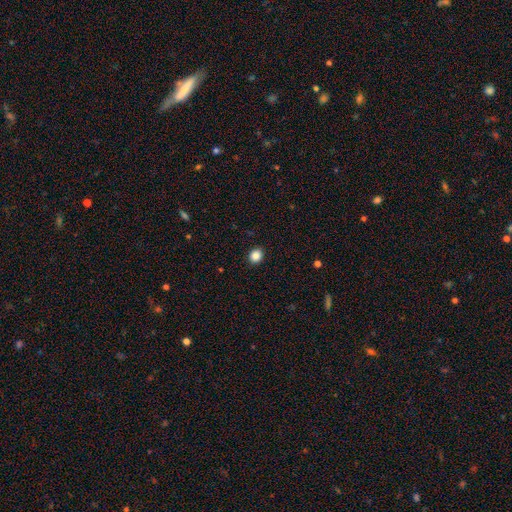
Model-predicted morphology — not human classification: smooth 86%, star or artifact 10%, featured or disk 4%. Down the decision tree: how rounded — round (71%); merging — none (91%).